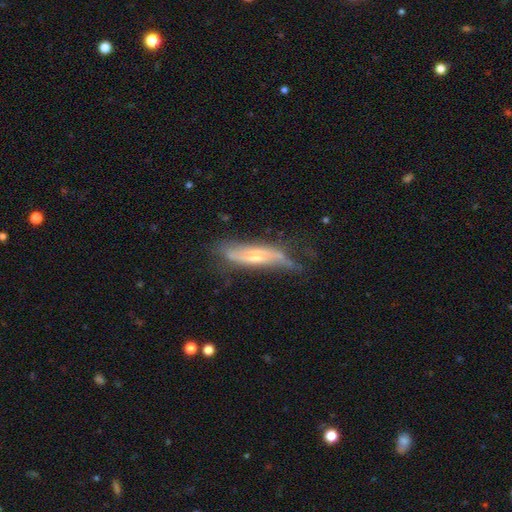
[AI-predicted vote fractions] Morphology: type=featured or disk (65%); edge-on=no (55%); merging=none (49%).